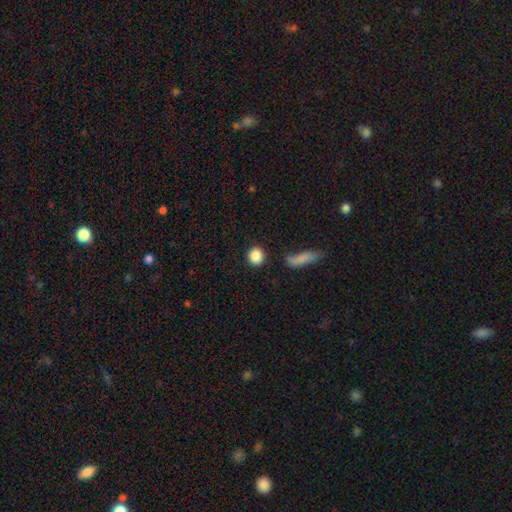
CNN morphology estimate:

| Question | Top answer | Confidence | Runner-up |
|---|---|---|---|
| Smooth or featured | smooth | 87% | star or artifact (8%) |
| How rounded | round | 80% | in between (18%) |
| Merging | none | 83% | minor disturbance (8%) |